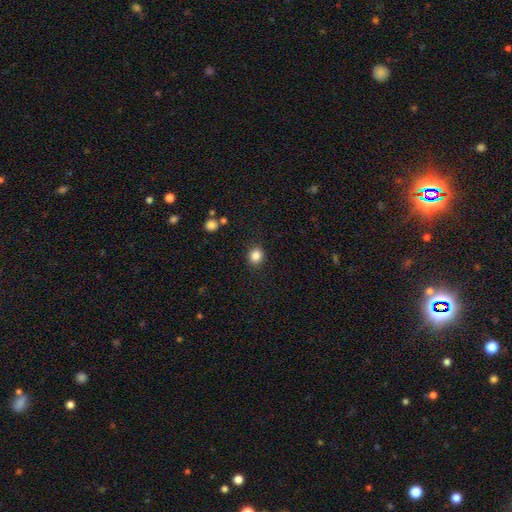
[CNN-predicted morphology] Overall: smooth (85%). How rounded: round (76%). Merging: none (88%).